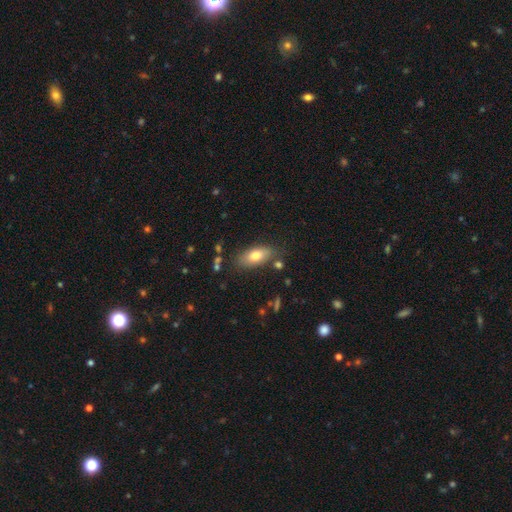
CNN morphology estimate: Smooth or featured: smooth — 75% (featured or disk — 18%)
How rounded: in between — 87% (cigar-shaped — 9%)
Merging: none — 76% (minor disturbance — 16%)